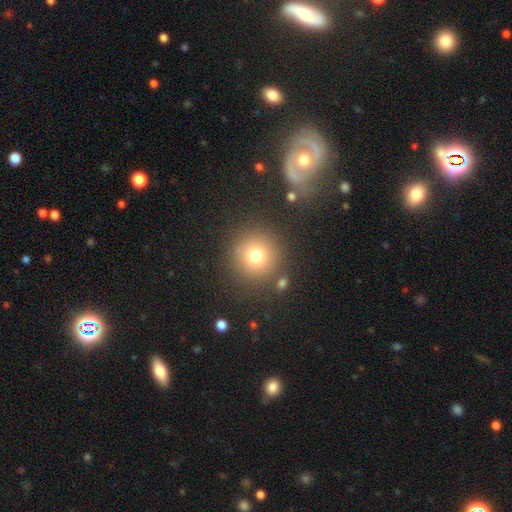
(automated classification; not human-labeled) smooth_or_featured: smooth (p=0.75) [alt: star or artifact p=0.15]
how_rounded: round (p=0.94) [alt: in between p=0.05]
merging: none (p=0.85) [alt: minor disturbance p=0.07]